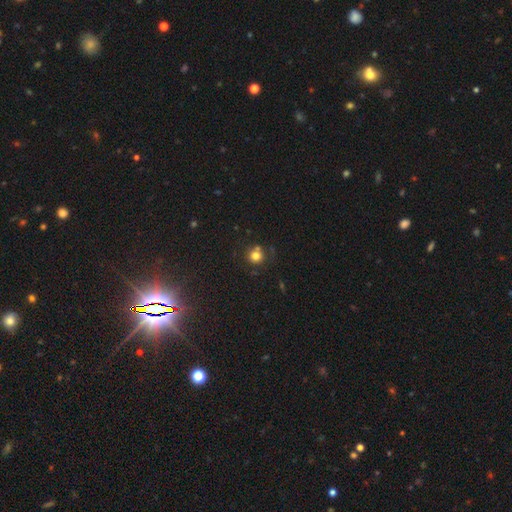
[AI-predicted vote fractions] smooth 79%, star or artifact 14%, featured or disk 8%. Down the decision tree: how rounded — round (90%); merging — none (71%).